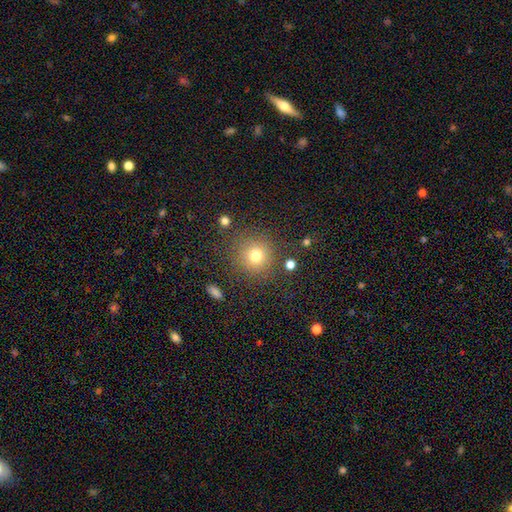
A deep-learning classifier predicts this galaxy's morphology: The model was most divided on "smooth or featured": smooth: 77%, star or artifact: 15%, featured or disk: 8%. More confident: how rounded — round (91%); merging — none (83%).